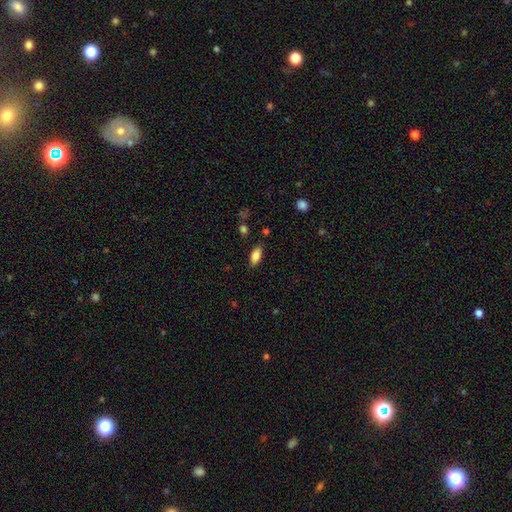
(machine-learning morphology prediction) Overall: smooth (84%). How rounded: in between (88%). Merging: none (85%).